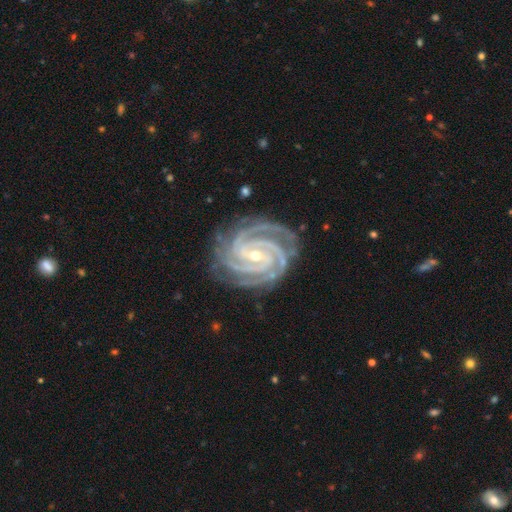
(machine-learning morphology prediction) Overall: featured or disk (95%). Edge-on disk: no (98%). Bar: weak (39%; strong 33%). Spiral arms: yes (99%). Spiral arm count: 4 (36%; 3 31%). Spiral winding: tight (81%). Bulge size: small (64%; moderate 33%). Merging: none (83%).